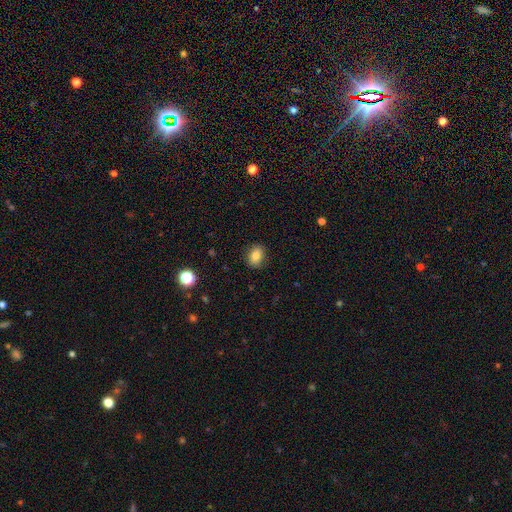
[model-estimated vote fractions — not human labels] Smooth or featured? Predicted: smooth (p=0.80). How rounded? Predicted: in between (p=0.67). Merging? Predicted: none (p=0.86).